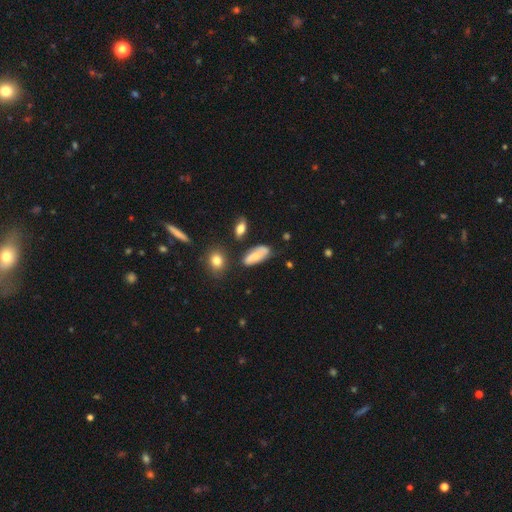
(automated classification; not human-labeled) This appears to be a smooth galaxy with no disk features (65%) that is in between round and cigar-shaped (79%). Merging: none (62%).